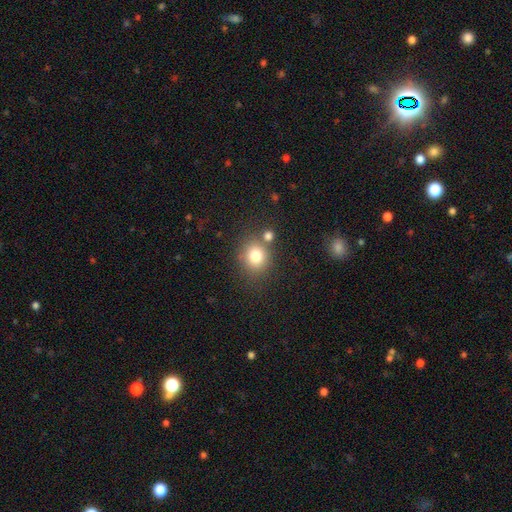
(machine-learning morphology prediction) Smooth or featured: smooth — 79% (star or artifact — 12%)
How rounded: round — 79% (in between — 20%)
Merging: none — 70% (merger — 15%)